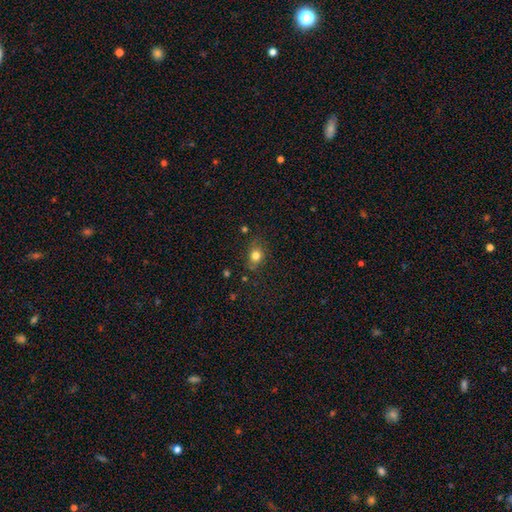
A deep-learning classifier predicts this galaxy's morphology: Smooth or featured: smooth — 79% (star or artifact — 12%)
How rounded: round — 56% (in between — 43%)
Merging: none — 75% (minor disturbance — 18%)